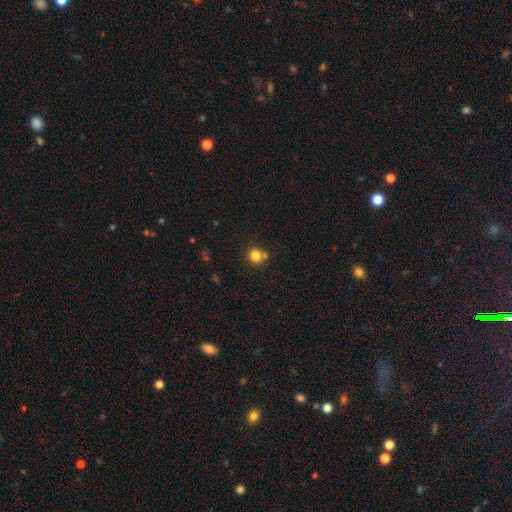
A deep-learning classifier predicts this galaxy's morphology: Smooth or featured?
  - smooth: 81% *
  - star or artifact: 12%
  - featured or disk: 7%
How rounded?
  - round: 88% *
  - in between: 11%
  - cigar-shaped: 1%
Merging?
  - none: 65% *
  - merger: 20%
  - minor disturbance: 11%
  - major disturbance: 4%